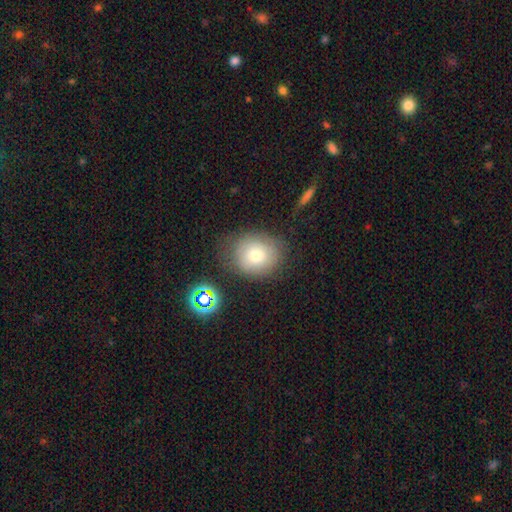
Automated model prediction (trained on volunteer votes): Smooth or featured: smooth — 67% (featured or disk — 20%)
How rounded: round — 70% (in between — 29%)
Merging: none — 69% (minor disturbance — 20%)